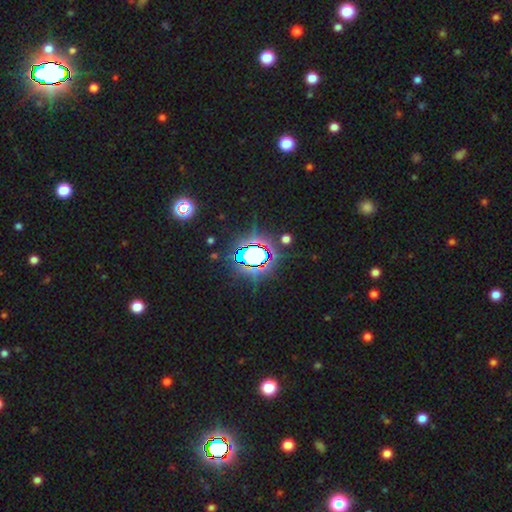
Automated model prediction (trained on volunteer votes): Overall: star or artifact (72%).